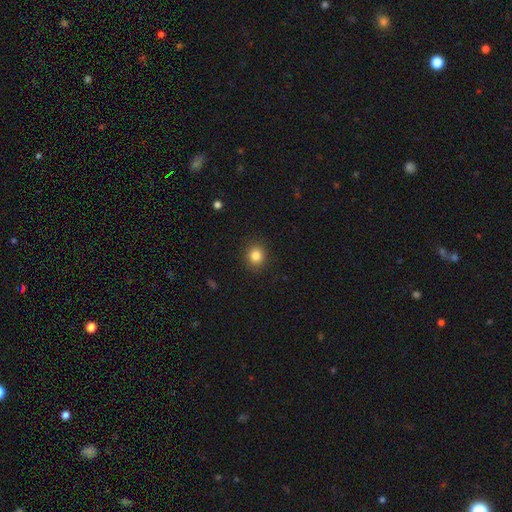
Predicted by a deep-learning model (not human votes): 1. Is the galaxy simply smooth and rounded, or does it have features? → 84% smooth, 11% star or artifact, 5% featured or disk.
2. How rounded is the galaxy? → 82% round, 17% in between, 1% cigar-shaped.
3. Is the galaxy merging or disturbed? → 90% none, 6% minor disturbance, 2% major disturbance, 1% merger.